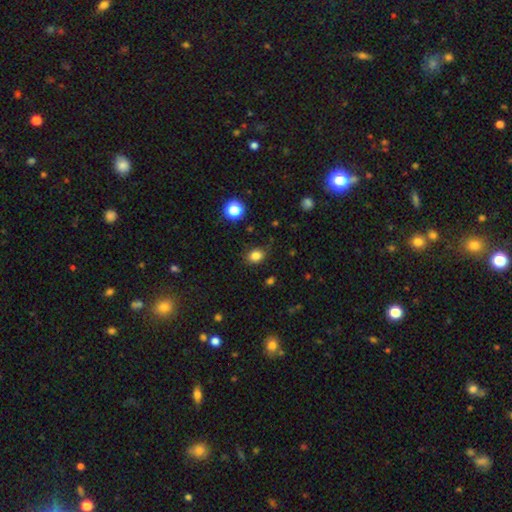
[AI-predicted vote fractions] Smooth or featured: smooth — 82% (star or artifact — 13%)
How rounded: round — 57% (in between — 42%)
Merging: none — 80% (minor disturbance — 15%)